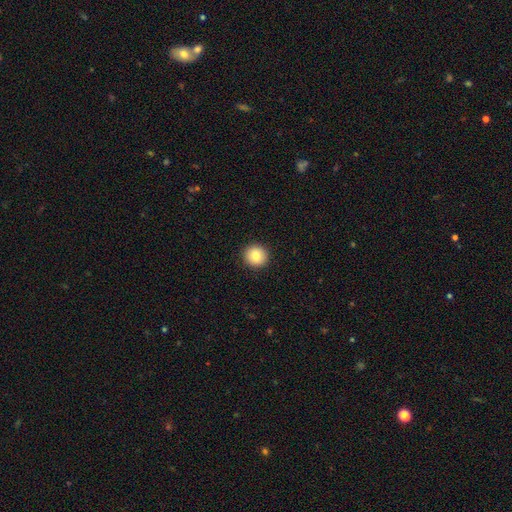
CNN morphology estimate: Smooth or featured?
  - smooth: 83% *
  - star or artifact: 9%
  - featured or disk: 8%
How rounded?
  - round: 92% *
  - in between: 7%
  - cigar-shaped: 1%
Merging?
  - none: 92% *
  - minor disturbance: 5%
  - major disturbance: 2%
  - merger: 1%